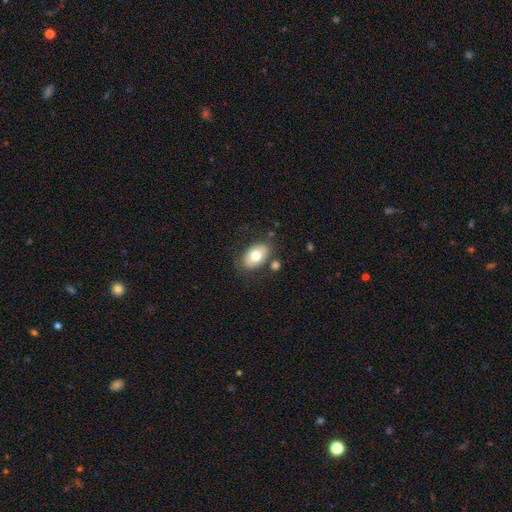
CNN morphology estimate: Smooth or featured: smooth — 73% (featured or disk — 19%)
How rounded: in between — 89% (round — 10%)
Merging: none — 75% (minor disturbance — 14%)